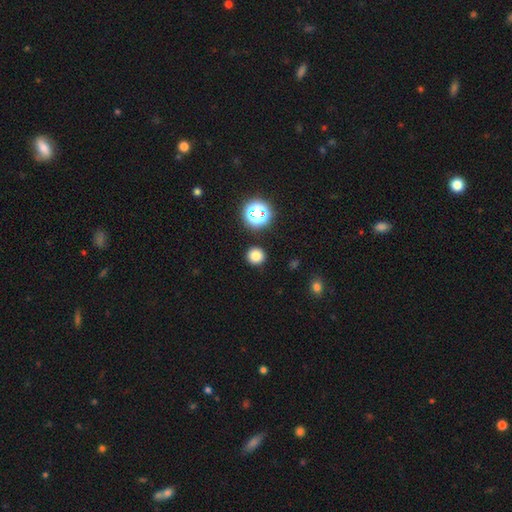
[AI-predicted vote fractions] A smooth galaxy with no disk features (78%) that is round (93%). Merging: none (90%).